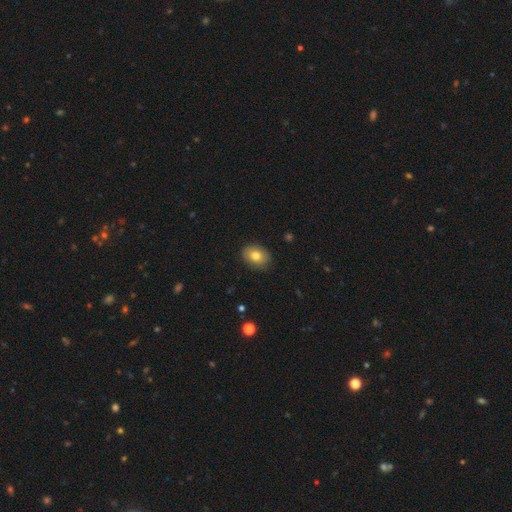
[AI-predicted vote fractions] A smooth galaxy with no disk features (79%) that is in between round and cigar-shaped (70%). Merging: none (88%).